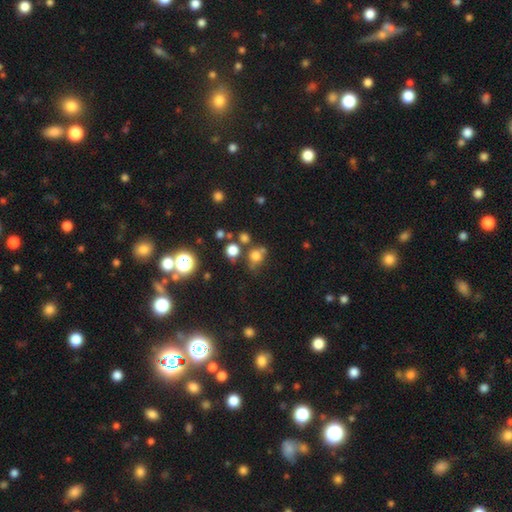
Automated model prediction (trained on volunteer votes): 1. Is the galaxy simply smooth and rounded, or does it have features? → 71% smooth, 20% star or artifact, 9% featured or disk.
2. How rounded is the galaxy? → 78% round, 21% in between, 1% cigar-shaped.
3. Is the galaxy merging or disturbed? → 57% none, 19% merger, 16% minor disturbance, 8% major disturbance.